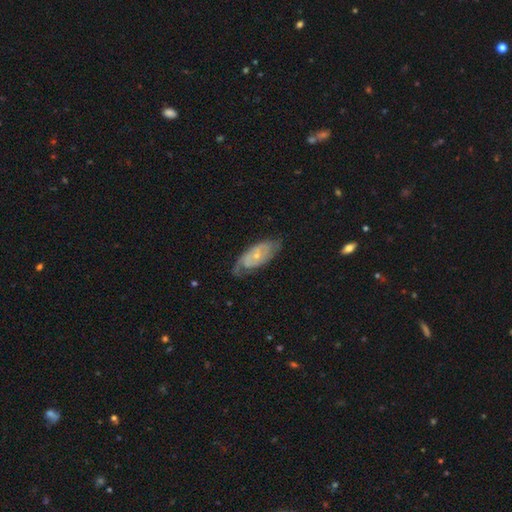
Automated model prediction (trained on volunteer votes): This appears to be a featured or disk galaxy (72%) with no bar (72%), 2 (54%) tight (50%) spiral arms (87%) and a small central bulge (69%). Merging: none (64%).